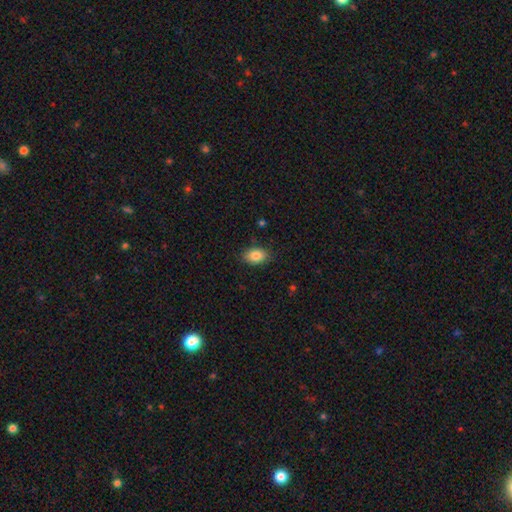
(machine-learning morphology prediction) Overall: smooth (85%). How rounded: in between (84%). Merging: none (85%).